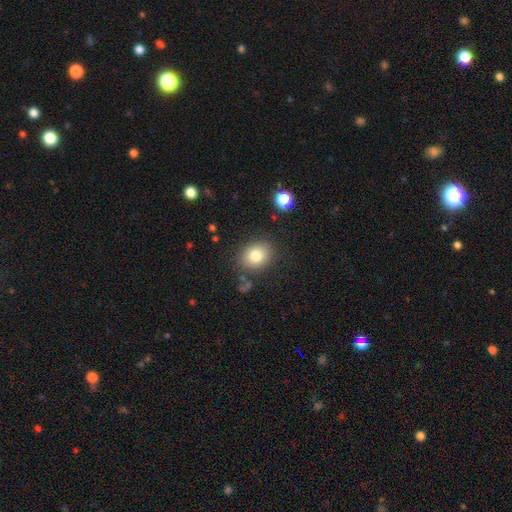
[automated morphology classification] This appears to be a smooth galaxy with no disk features (80%) that is round (54%). Merging: none (83%).